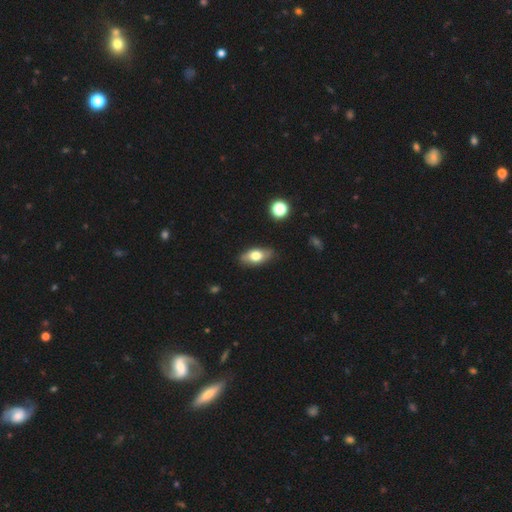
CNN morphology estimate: Smooth or featured? smooth (68%)
How rounded? in between (83%)
Merging? none (86%)